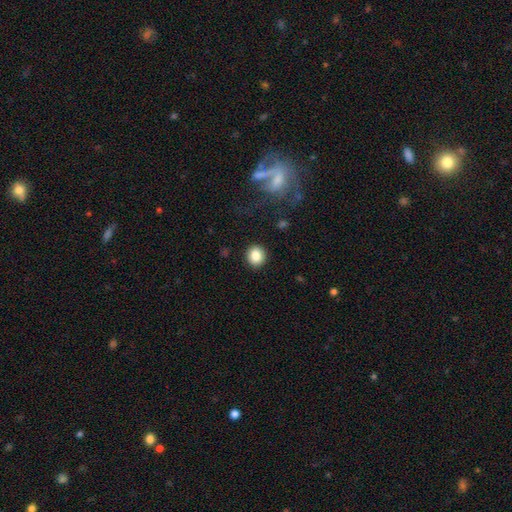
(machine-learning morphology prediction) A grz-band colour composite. It shows a smooth galaxy with no disk features (85%) that is round (85%). Merging: none (91%).